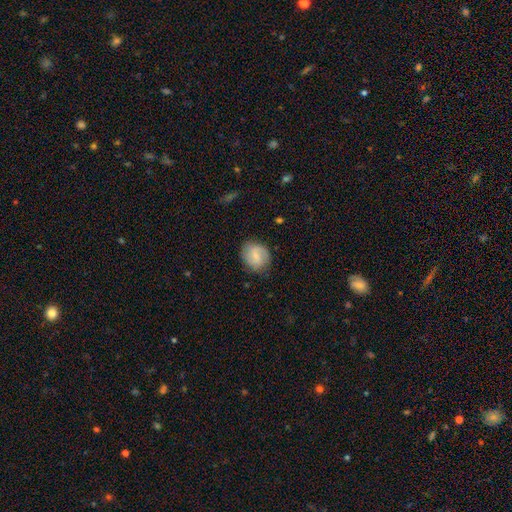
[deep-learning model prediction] The model was most divided on "smooth or featured": smooth: 50%, featured or disk: 43%, star or artifact: 7%. More confident: merging — none (81%); how rounded — round (68%).